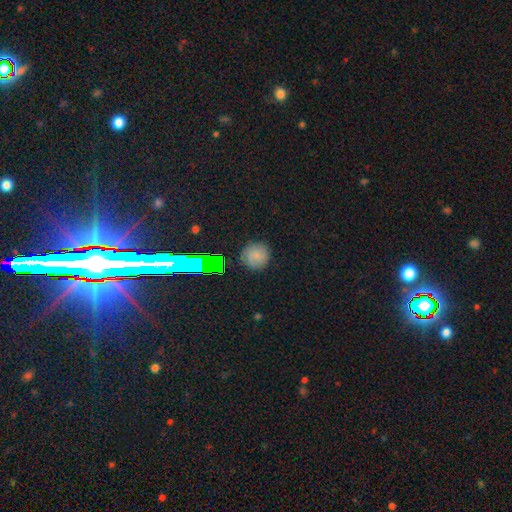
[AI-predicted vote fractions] smooth 70%, star or artifact 18%, featured or disk 12%. Down the decision tree: how rounded — round (93%); merging — none (87%).